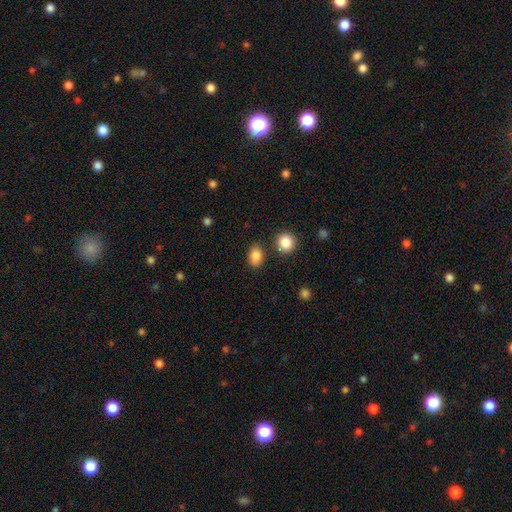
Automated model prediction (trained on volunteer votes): Smooth or featured: smooth — 86% (star or artifact — 9%)
How rounded: in between — 77% (round — 22%)
Merging: none — 80% (minor disturbance — 11%)